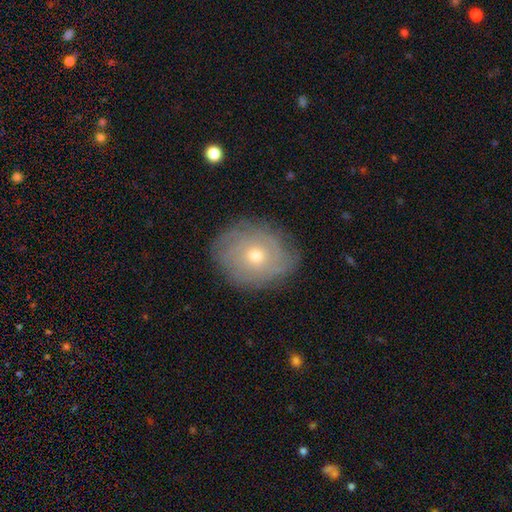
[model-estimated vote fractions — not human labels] A featured or disk galaxy (62%) with no bar (85%), spiral arms (78%) and a moderate central bulge (55%). Merging: none (80%).